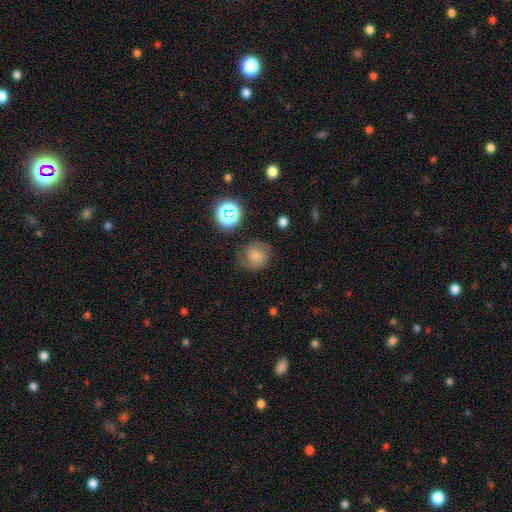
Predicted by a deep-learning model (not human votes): smooth_or_featured: smooth (p=0.72) [alt: star or artifact p=0.15]
how_rounded: round (p=0.88) [alt: in between p=0.11]
merging: none (p=0.73) [alt: minor disturbance p=0.18]